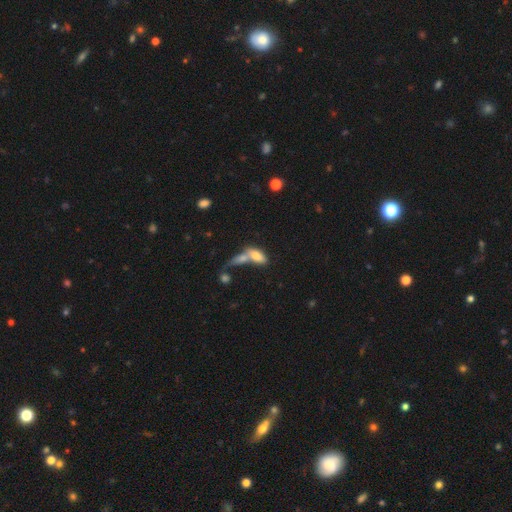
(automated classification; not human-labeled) Morphology: type=smooth (73%); roundness=in between (81%); merging=merger (57%).